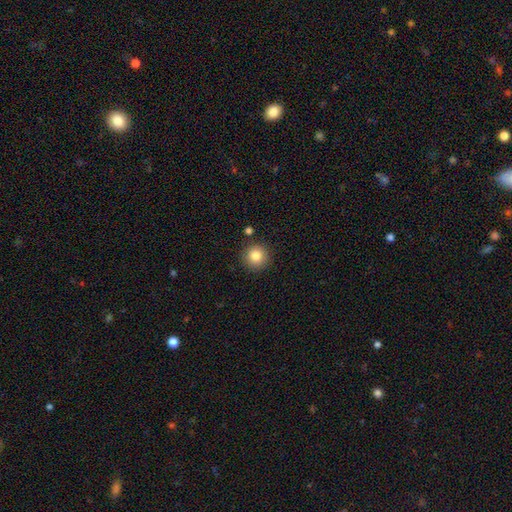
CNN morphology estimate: smooth_or_featured: smooth (p=0.84) [alt: star or artifact p=0.10]
how_rounded: round (p=0.95) [alt: in between p=0.04]
merging: none (p=0.88) [alt: minor disturbance p=0.07]